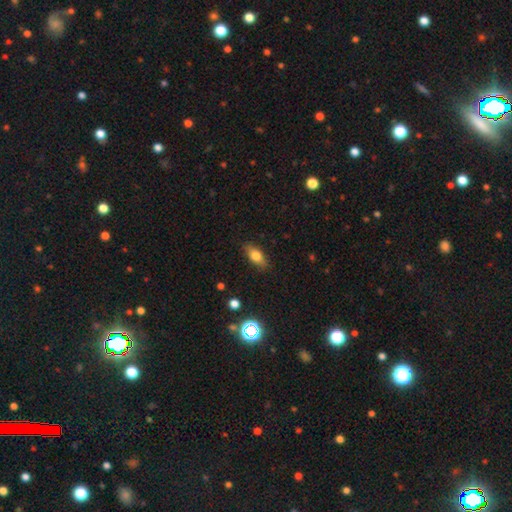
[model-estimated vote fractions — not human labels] Q: Smooth or featured?
A: smooth (73%); runner-up: featured or disk (18%)
Q: How rounded?
A: in between (80%); runner-up: cigar-shaped (13%)
Q: Merging?
A: none (84%); runner-up: minor disturbance (12%)